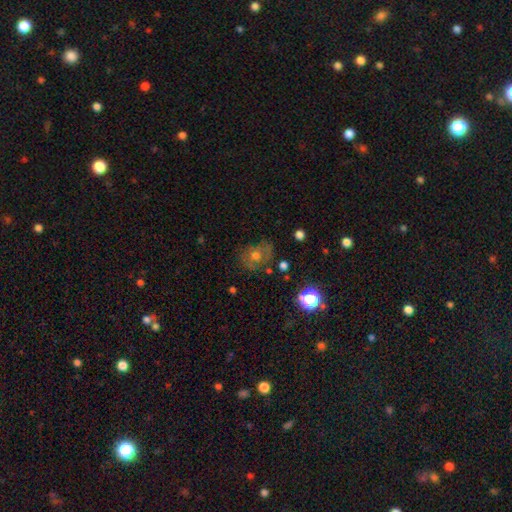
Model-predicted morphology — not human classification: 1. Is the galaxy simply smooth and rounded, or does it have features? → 44% smooth, 38% featured or disk, 18% star or artifact.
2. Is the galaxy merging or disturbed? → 68% none, 20% minor disturbance, 10% major disturbance, 3% merger.